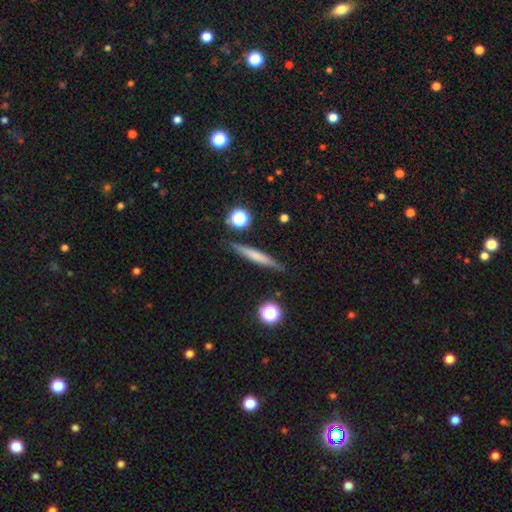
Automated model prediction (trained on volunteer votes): smooth-or-featured: smooth: 56% | featured or disk: 36% | star or artifact: 8%
  how-rounded: cigar-shaped: 92% | in between: 5% | round: 2%
  merging: none: 86% | minor disturbance: 10% | major disturbance: 2% | merger: 2%